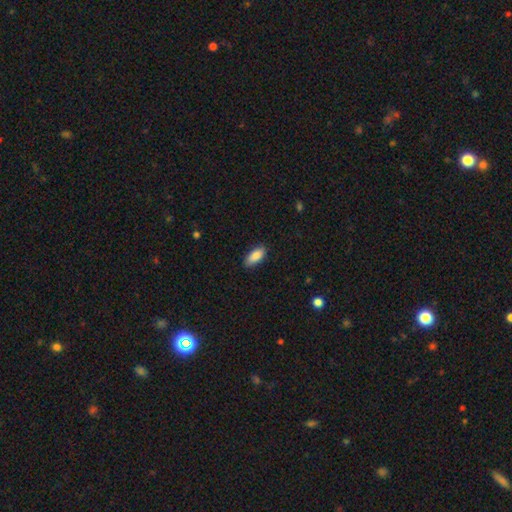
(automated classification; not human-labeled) Overall: smooth (88%). How rounded: in between (88%). Merging: none (84%).